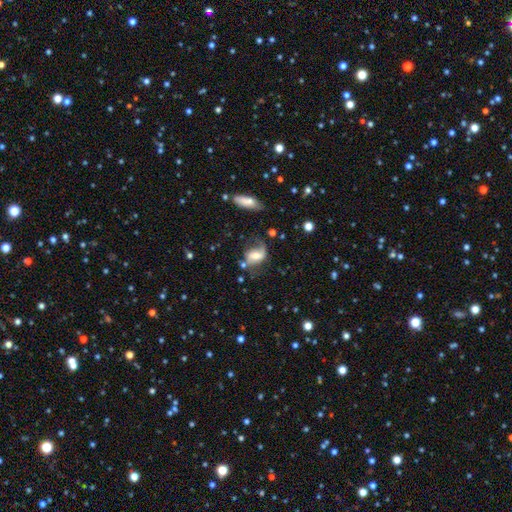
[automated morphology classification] A featured or disk galaxy (65%) with a weak bar (40%, tied with no), 2 (67%) loose (56%) spiral arms (86%) and a moderate central bulge (52%). Merging: none (42%).